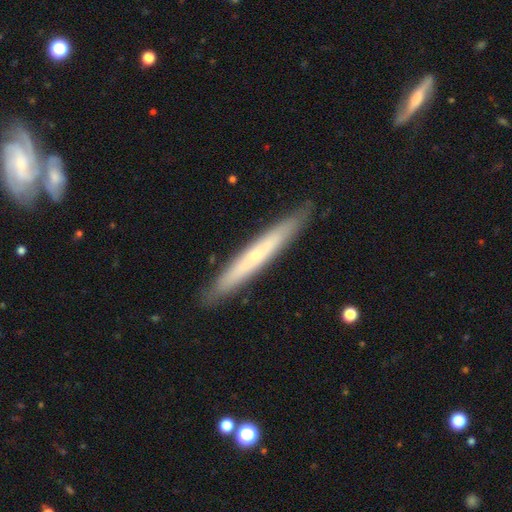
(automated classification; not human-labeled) This is possibly a featured or disk galaxy (54%). It is clearly viewed edge-on (89%). Merging: clearly none (89%).